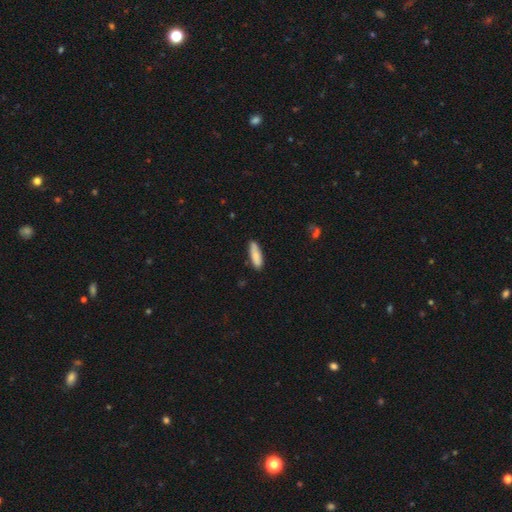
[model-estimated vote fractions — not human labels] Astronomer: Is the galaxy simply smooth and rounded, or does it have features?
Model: smooth — 84%.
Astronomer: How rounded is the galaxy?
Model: cigar-shaped — 53% (runner-up: in between, 45%).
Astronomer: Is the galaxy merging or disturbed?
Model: none — 81%.